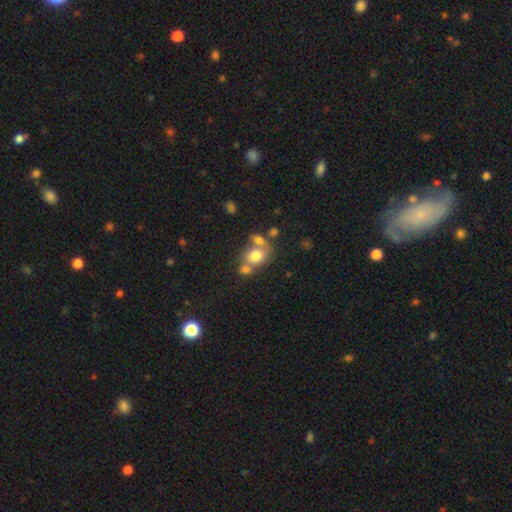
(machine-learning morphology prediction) smooth-or-featured: smooth: 72% | featured or disk: 17% | star or artifact: 10%
  how-rounded: in between: 51% | round: 48% | cigar-shaped: 1%
  merging: merger: 44% | none: 37% | minor disturbance: 12% | major disturbance: 7%